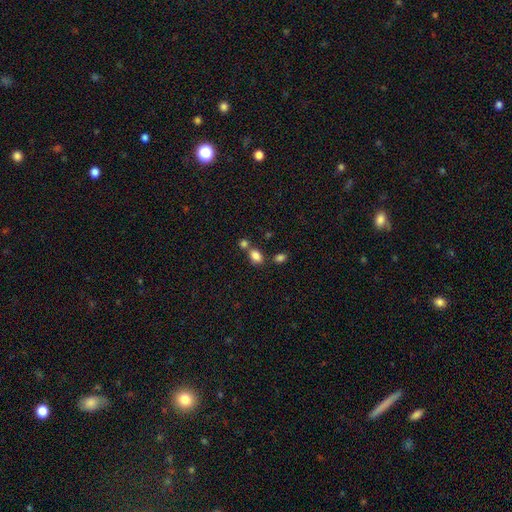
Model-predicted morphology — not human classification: smooth_or_featured: smooth (p=0.83) [alt: star or artifact p=0.11]
how_rounded: in between (p=0.83) [alt: round p=0.15]
merging: none (p=0.56) [alt: merger p=0.29]